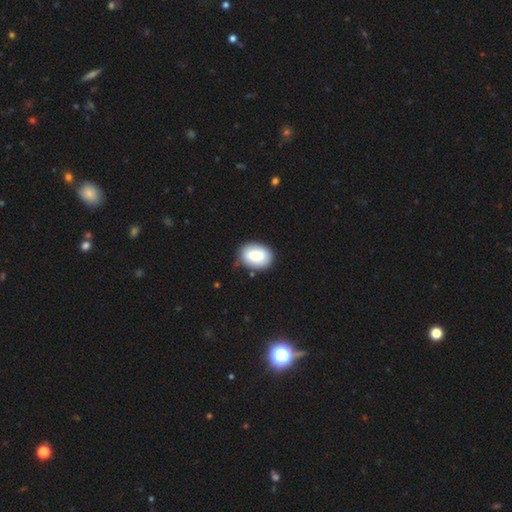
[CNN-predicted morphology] Smooth or featured?
  - smooth: 81% *
  - featured or disk: 12%
  - star or artifact: 7%
How rounded?
  - in between: 68% *
  - round: 31%
  - cigar-shaped: 1%
Merging?
  - none: 79% *
  - minor disturbance: 15%
  - major disturbance: 4%
  - merger: 2%